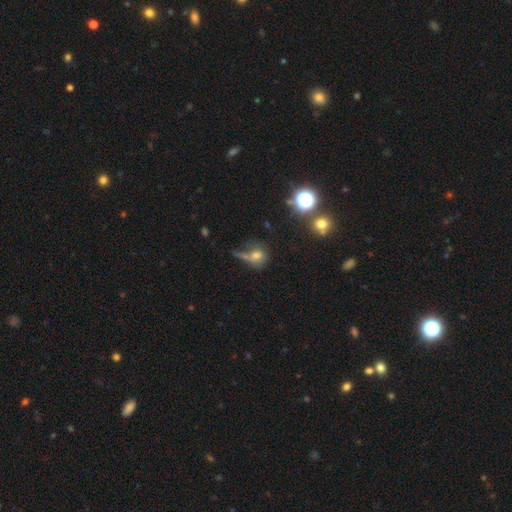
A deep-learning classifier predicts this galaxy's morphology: type=smooth (59%); roundness=round (67%); merging=none (35%).